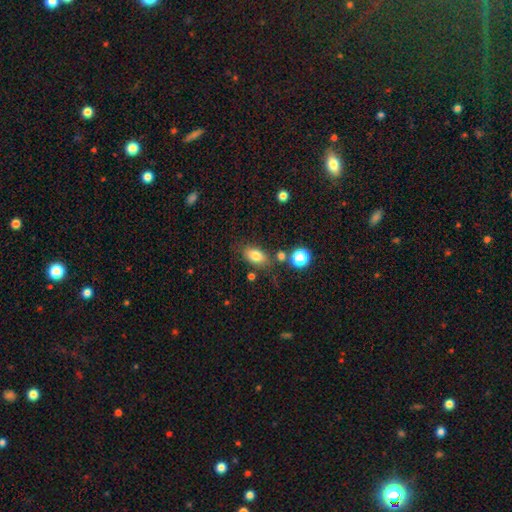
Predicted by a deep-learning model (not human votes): Morphology: type=smooth (79%); roundness=in between (84%); merging=none (74%).